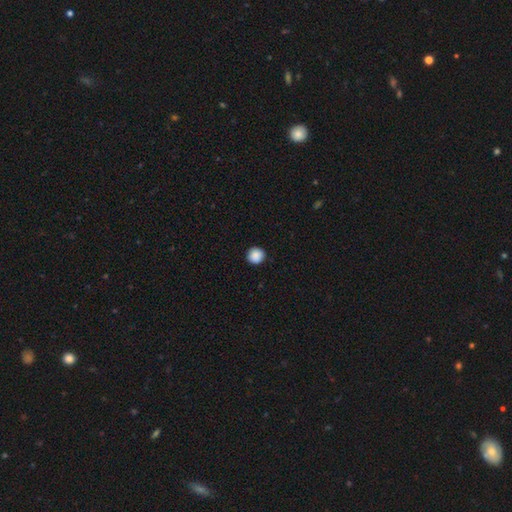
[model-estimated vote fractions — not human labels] This appears to be a smooth galaxy with no disk features (89%) that is round (95%). Merging: none (91%).